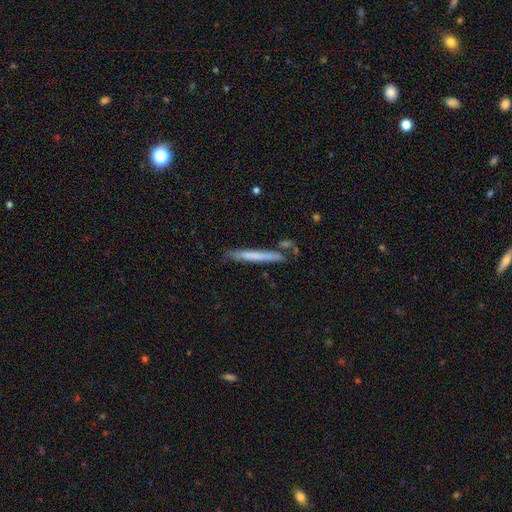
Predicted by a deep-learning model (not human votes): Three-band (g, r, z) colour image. It shows a smooth galaxy with no disk features (57%) that is cigar-shaped (96%). Merging: none (74%).